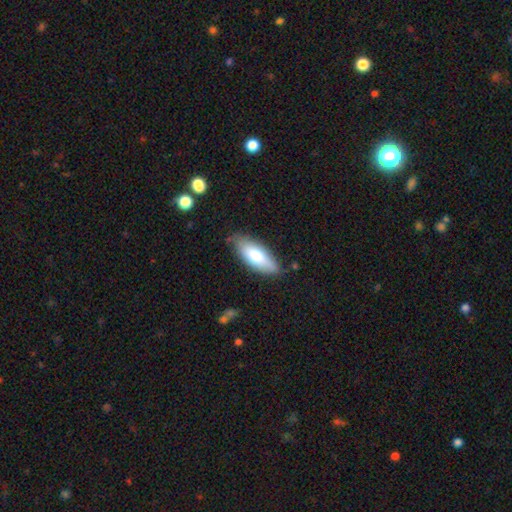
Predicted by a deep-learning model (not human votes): Morphology: type=smooth (74%); roundness=in between (73%); merging=none (77%).